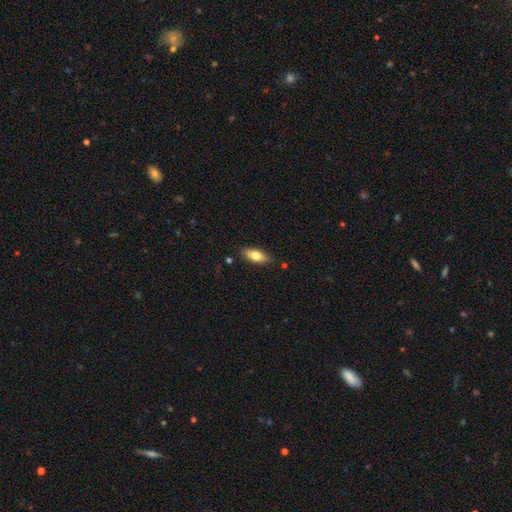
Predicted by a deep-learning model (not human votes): smooth-or-featured: smooth: 75% | featured or disk: 19% | star or artifact: 7%
  how-rounded: in between: 80% | cigar-shaped: 17% | round: 2%
  merging: none: 85% | minor disturbance: 11% | major disturbance: 2% | merger: 2%